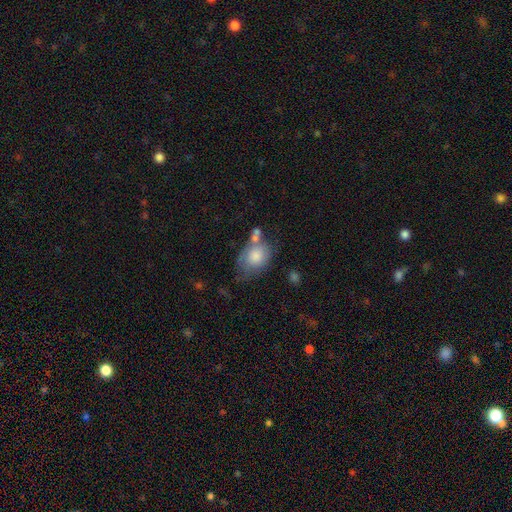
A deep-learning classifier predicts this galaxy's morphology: Smooth or featured?
  - smooth: 76% *
  - featured or disk: 17%
  - star or artifact: 7%
How rounded?
  - in between: 66% *
  - round: 33%
  - cigar-shaped: 1%
Merging?
  - none: 37% *
  - minor disturbance: 29%
  - merger: 18%
  - major disturbance: 16%